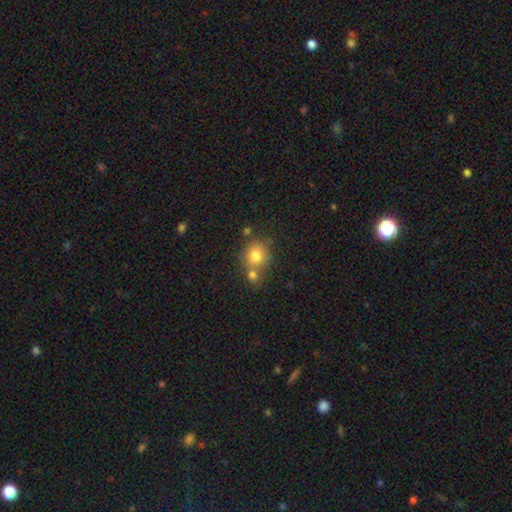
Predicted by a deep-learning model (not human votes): This appears to be a smooth galaxy with no disk features (78%) that is round (81%). Merging: none (54%).